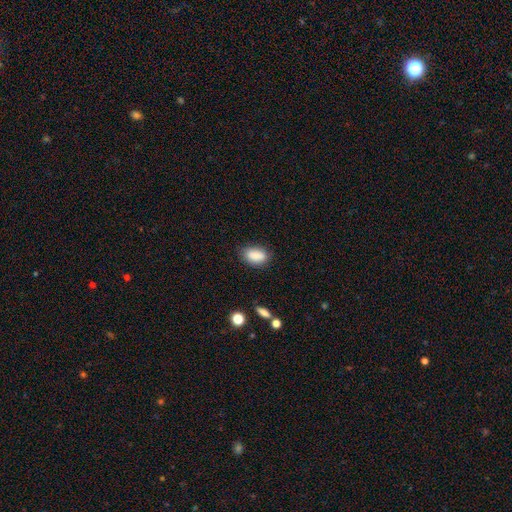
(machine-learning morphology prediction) Q: Smooth or featured?
A: smooth (87%); runner-up: star or artifact (8%)
Q: How rounded?
A: in between (89%); runner-up: round (9%)
Q: Merging?
A: none (77%); runner-up: minor disturbance (17%)